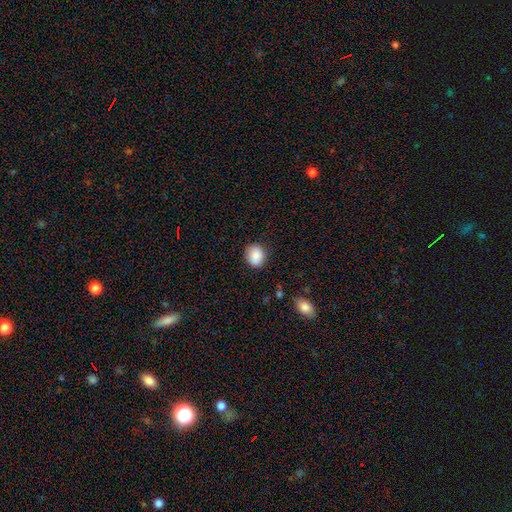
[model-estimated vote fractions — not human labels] The model was most divided on "how rounded": round: 62%, in between: 37%, cigar-shaped: 1%. More confident: smooth or featured — smooth (85%); merging — none (83%).